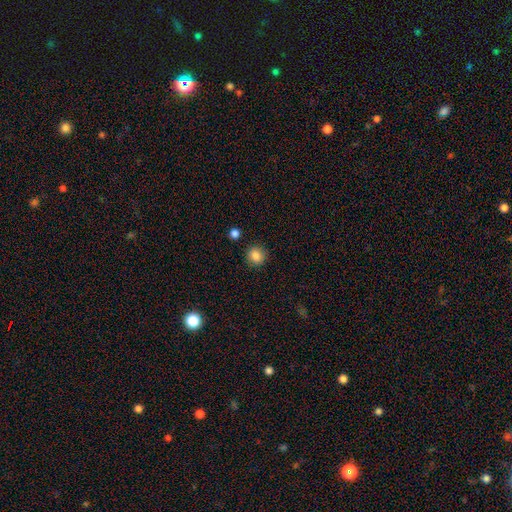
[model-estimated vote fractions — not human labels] A smooth galaxy with no disk features (86%) that is round (92%).

Vote fractions:
- Smooth or featured? smooth: 86% / star or artifact: 10% / featured or disk: 4%
- How rounded? round: 92% / in between: 7% / cigar-shaped: 1%
- Merging? none: 89% / minor disturbance: 7% / merger: 2% / major disturbance: 2%